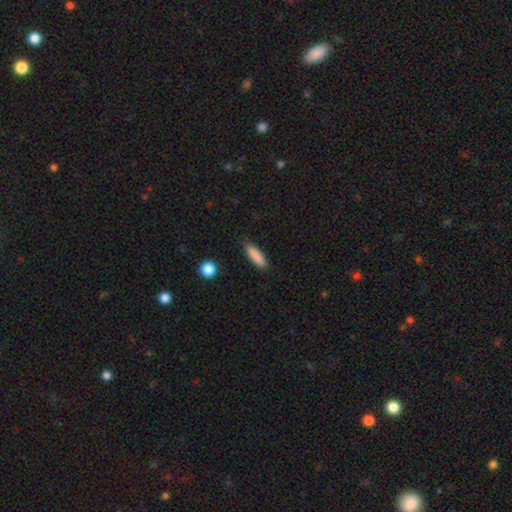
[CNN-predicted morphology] A smooth galaxy with no disk features (87%) that is cigar-shaped (64%).

Vote fractions:
- Smooth or featured? smooth: 87% / star or artifact: 7% / featured or disk: 6%
- How rounded? cigar-shaped: 64% / in between: 34% / round: 2%
- Merging? none: 83% / minor disturbance: 13% / major disturbance: 3% / merger: 2%